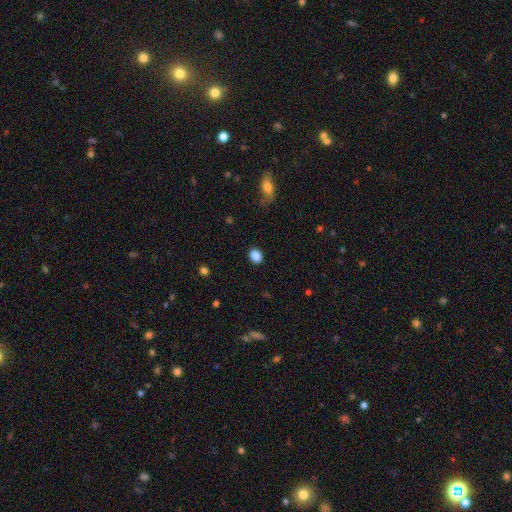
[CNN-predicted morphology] smooth-or-featured: smooth: 87% | star or artifact: 10% | featured or disk: 4%
  how-rounded: in between: 55% | round: 44% | cigar-shaped: 1%
  merging: none: 88% | minor disturbance: 9% | major disturbance: 3% | merger: 1%